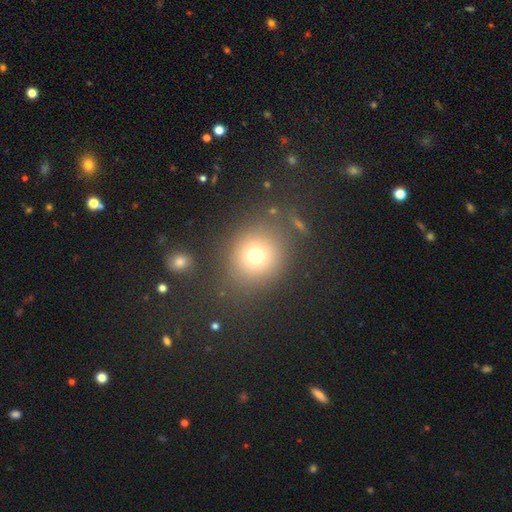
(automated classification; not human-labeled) Morphology: type=smooth (71%); roundness=round (86%); merging=none (79%).